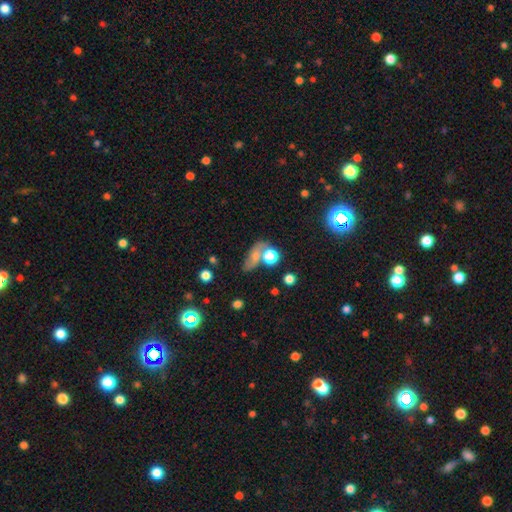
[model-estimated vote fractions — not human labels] Smooth or featured?
  - smooth: 52% *
  - featured or disk: 31%
  - star or artifact: 17%
How rounded?
  - in between: 61% *
  - round: 28%
  - cigar-shaped: 11%
Merging?
  - none: 43% *
  - merger: 23%
  - minor disturbance: 19%
  - major disturbance: 15%